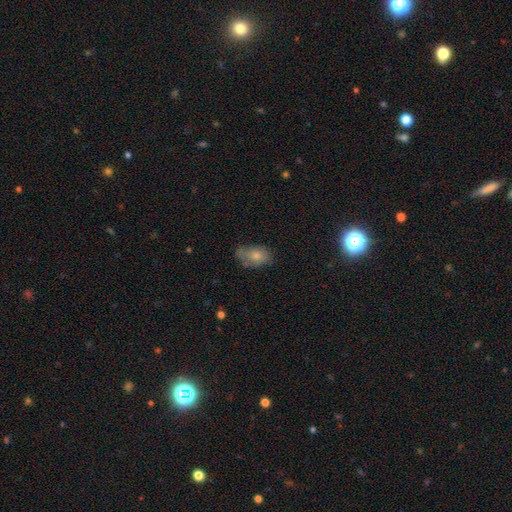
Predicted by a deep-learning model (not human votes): This appears to be a smooth galaxy with no disk features (75%) that is in between round and cigar-shaped (90%). Merging: none (56%).